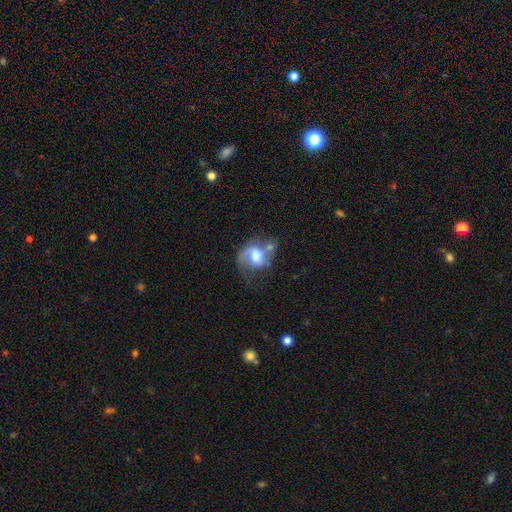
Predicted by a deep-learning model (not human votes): featured or disk 57%, smooth 35%, star or artifact 8%. Down the decision tree: edge-on disk — no (97%); bar — no (54%); spiral arms — yes (77%); bulge size — large (38%); merging — none (28%).